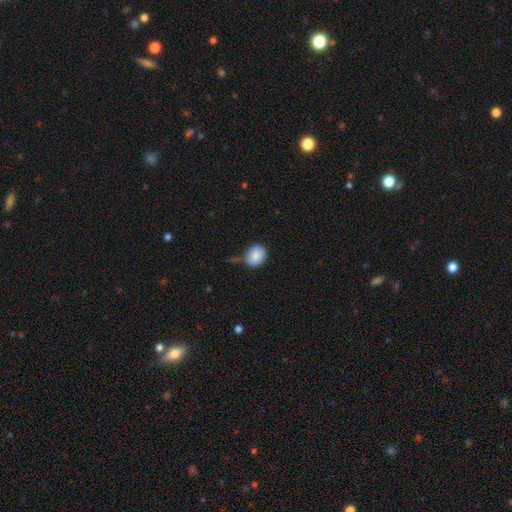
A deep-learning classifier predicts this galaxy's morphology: Q: Smooth or featured?
A: smooth (86%); runner-up: star or artifact (8%)
Q: How rounded?
A: round (55%); runner-up: in between (44%)
Q: Merging?
A: none (65%); runner-up: minor disturbance (21%)